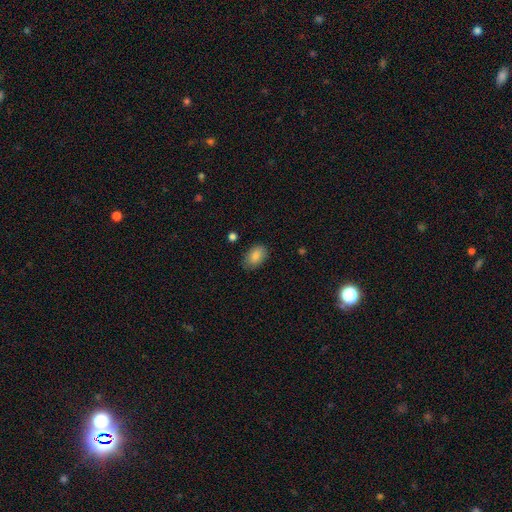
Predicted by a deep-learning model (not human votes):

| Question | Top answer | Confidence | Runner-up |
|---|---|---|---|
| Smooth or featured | smooth | 85% | featured or disk (8%) |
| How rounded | in between | 89% | round (10%) |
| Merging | none | 83% | minor disturbance (13%) |